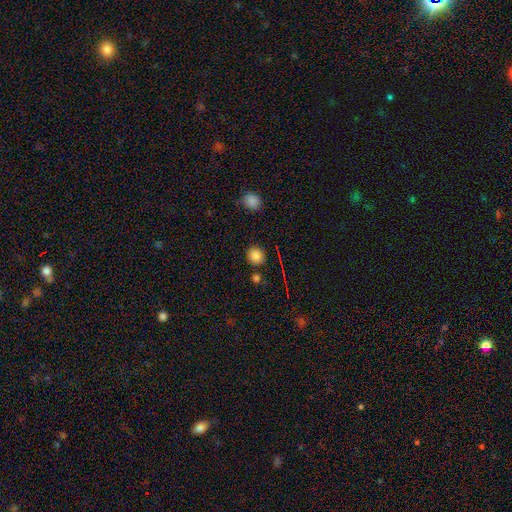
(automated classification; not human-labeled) smooth-or-featured: smooth: 82% | star or artifact: 13% | featured or disk: 5%
  how-rounded: round: 87% | in between: 12% | cigar-shaped: 1%
  merging: none: 84% | minor disturbance: 9% | merger: 4% | major disturbance: 3%